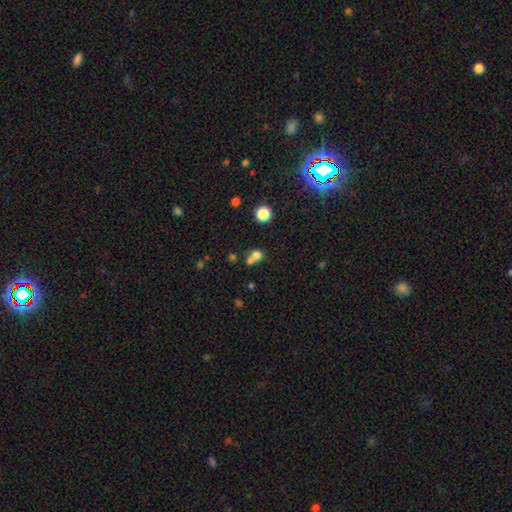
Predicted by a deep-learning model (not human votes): Smooth or featured? smooth (72%)
How rounded? round (73%)
Merging? merger (52%)